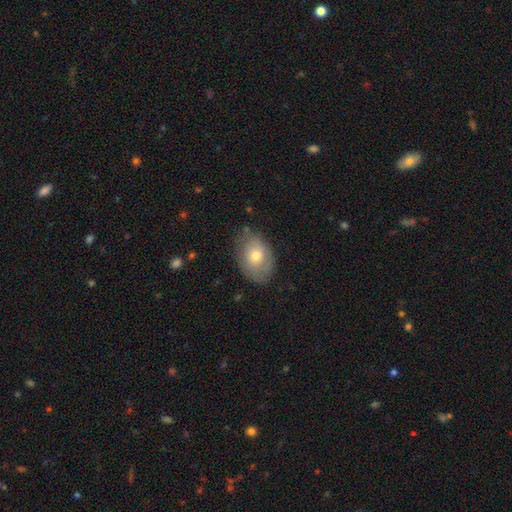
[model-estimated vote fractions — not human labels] Smooth or featured?
  - smooth: 67% *
  - featured or disk: 25%
  - star or artifact: 8%
How rounded?
  - in between: 80% *
  - round: 19%
  - cigar-shaped: 1%
Merging?
  - none: 74% *
  - minor disturbance: 20%
  - major disturbance: 5%
  - merger: 1%